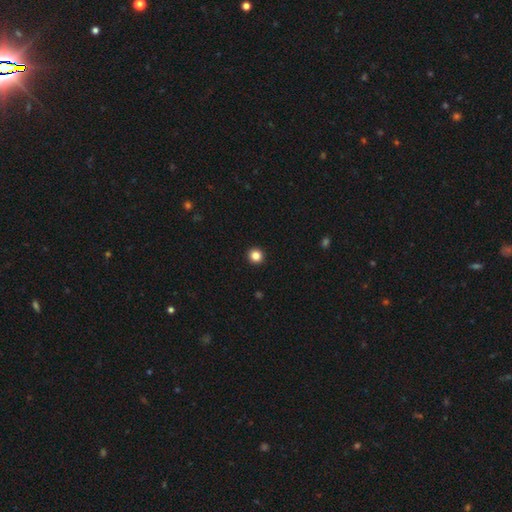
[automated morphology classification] Smooth or featured? smooth (85%)
How rounded? round (95%)
Merging? none (94%)